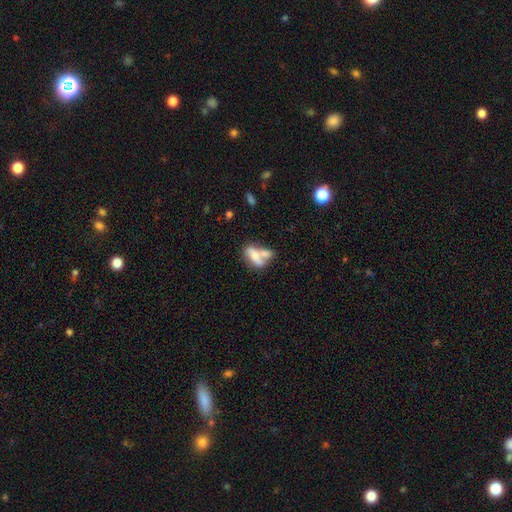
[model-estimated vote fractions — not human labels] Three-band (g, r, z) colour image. It shows a smooth galaxy with no disk features (57%) that is in between round and cigar-shaped (71%). Merging: merger (52%).